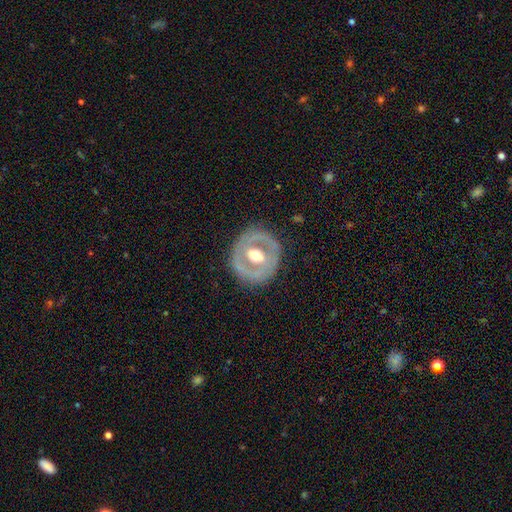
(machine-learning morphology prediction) Smooth or featured: featured or disk — 67% (smooth — 28%)
Edge-on disk: no — 95% (yes — 5%)
Bar: no — 56% (weak — 29%)
Spiral arms: no — 76% (yes — 24%)
Bulge size: moderate — 72% (large — 19%)
Merging: none — 80% (minor disturbance — 13%)